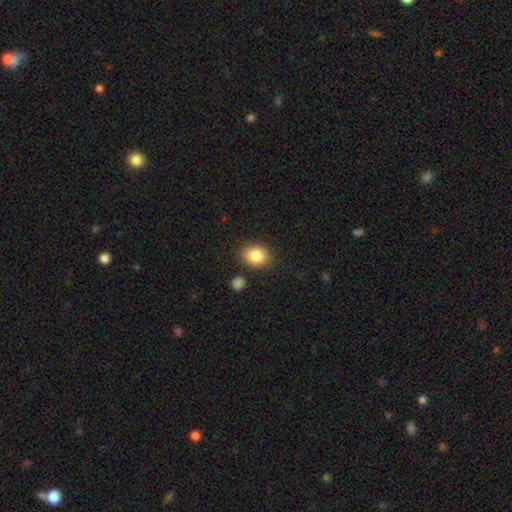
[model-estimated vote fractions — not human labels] The model was most divided on "how rounded": in between: 61%, round: 38%, cigar-shaped: 1%. More confident: smooth or featured — smooth (85%); merging — none (82%).